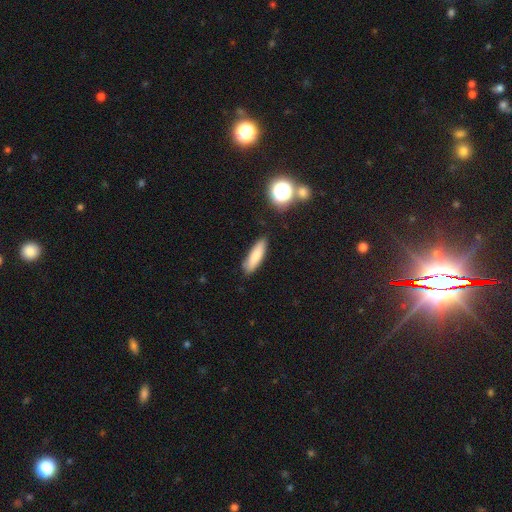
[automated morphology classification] type=smooth (81%); roundness=cigar-shaped (63%); merging=none (82%).